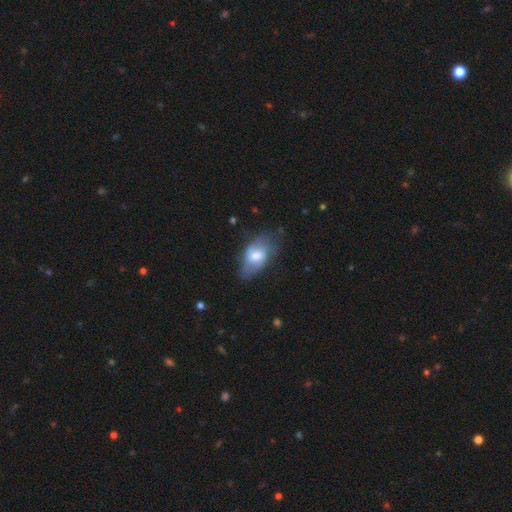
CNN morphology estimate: A smooth galaxy with no disk features (58%) that is in between round and cigar-shaped (91%). Merging: none (49%).